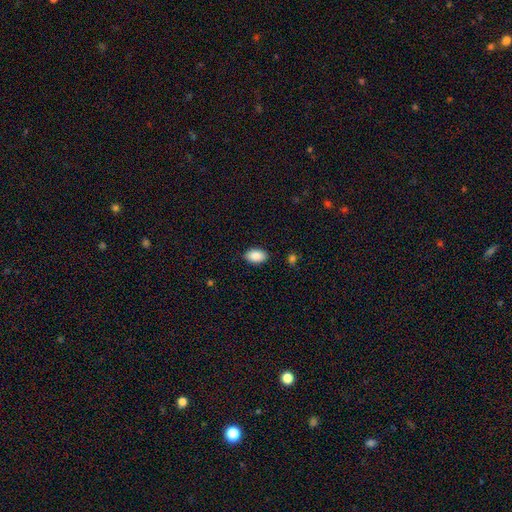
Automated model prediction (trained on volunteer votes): smooth_or_featured: smooth (p=0.90) [alt: star or artifact p=0.07]
how_rounded: in between (p=0.92) [alt: round p=0.07]
merging: none (p=0.87) [alt: minor disturbance p=0.10]